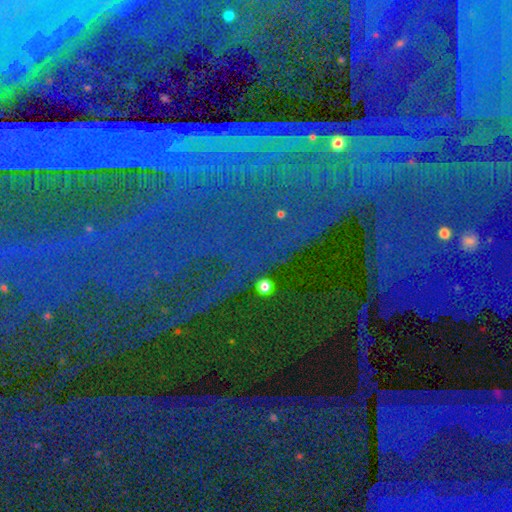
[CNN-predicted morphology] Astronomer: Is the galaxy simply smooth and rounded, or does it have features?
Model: star or artifact — 88%.